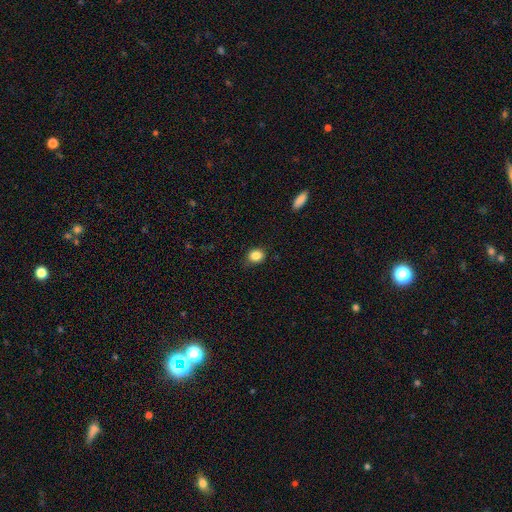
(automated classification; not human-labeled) A smooth galaxy with no disk features (86%) that is round (65%).

Vote fractions:
- Smooth or featured? smooth: 86% / star or artifact: 10% / featured or disk: 4%
- How rounded? round: 65% / in between: 34% / cigar-shaped: 1%
- Merging? none: 79% / minor disturbance: 16% / major disturbance: 3% / merger: 1%